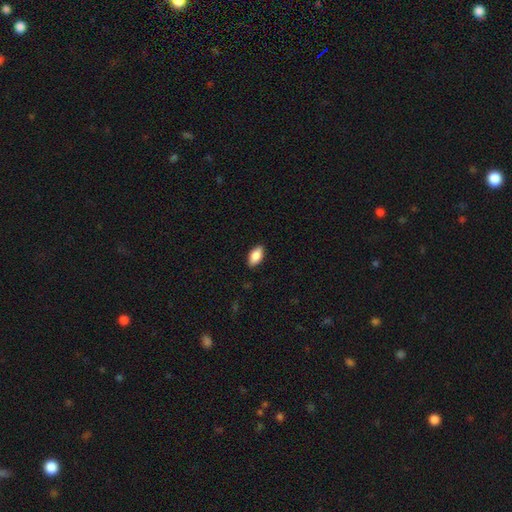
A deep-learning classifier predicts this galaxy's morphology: Smooth or featured?
  - smooth: 85% *
  - featured or disk: 9%
  - star or artifact: 7%
How rounded?
  - in between: 92% *
  - cigar-shaped: 5%
  - round: 3%
Merging?
  - none: 88% *
  - minor disturbance: 9%
  - major disturbance: 2%
  - merger: 1%